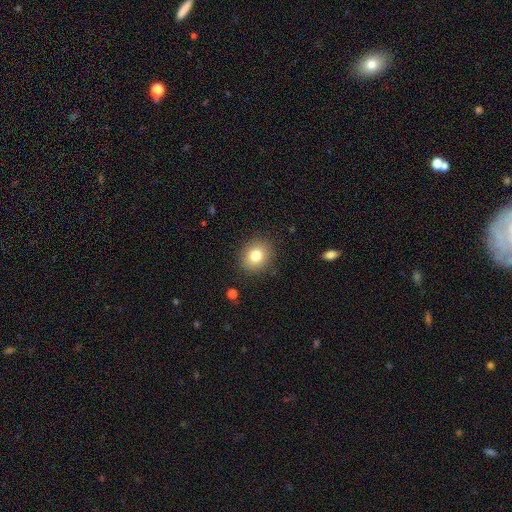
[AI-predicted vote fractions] Overall: smooth (81%). How rounded: round (68%; in between 31%). Merging: none (88%).